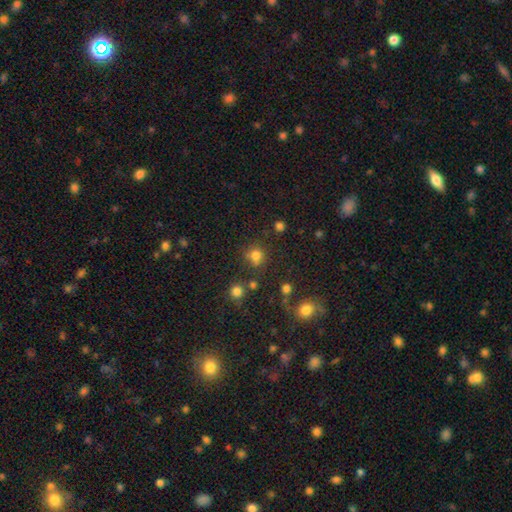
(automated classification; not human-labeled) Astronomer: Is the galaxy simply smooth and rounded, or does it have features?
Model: smooth — 76%.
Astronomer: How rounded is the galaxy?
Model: round — 85%.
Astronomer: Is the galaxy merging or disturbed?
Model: none — 69%.